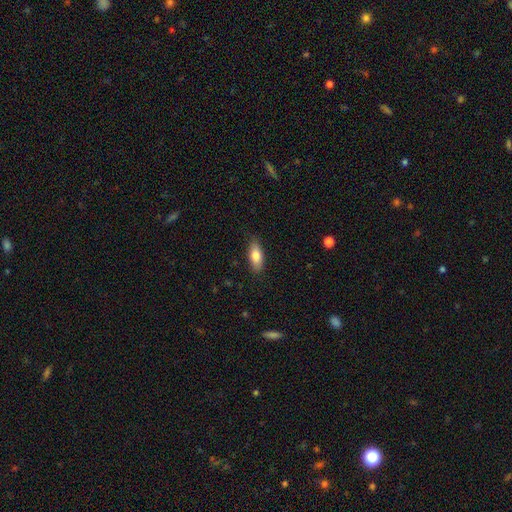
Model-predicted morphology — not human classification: A smooth galaxy with no disk features (79%) that is in between round and cigar-shaped (79%).

Vote fractions:
- Smooth or featured? smooth: 79% / featured or disk: 14% / star or artifact: 6%
- How rounded? in between: 79% / cigar-shaped: 19% / round: 3%
- Merging? none: 84% / minor disturbance: 13% / major disturbance: 2% / merger: 1%